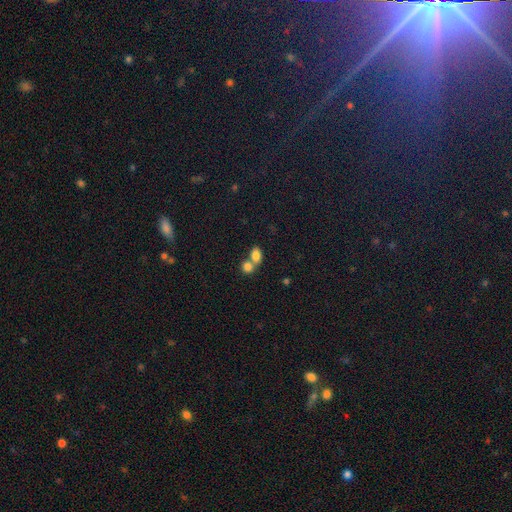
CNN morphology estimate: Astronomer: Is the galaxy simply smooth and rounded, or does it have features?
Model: smooth — 82%.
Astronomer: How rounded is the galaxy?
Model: in between — 73%.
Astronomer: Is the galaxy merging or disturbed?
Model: merger — 61%.